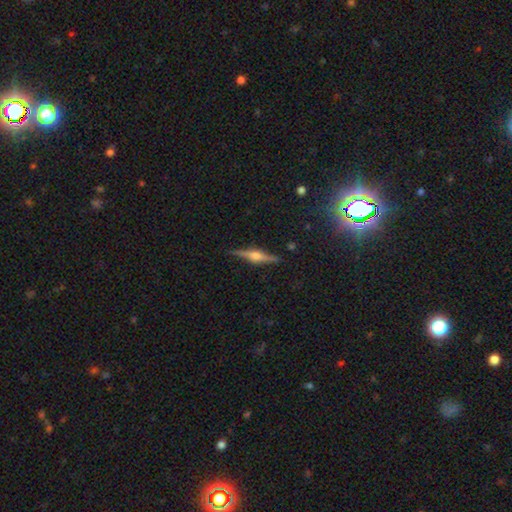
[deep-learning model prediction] smooth-or-featured: featured or disk: 81% | smooth: 12% | star or artifact: 7%
  disk-edge-on: yes: 98% | no: 2%
    edge-on-bulge: rounded: 88% | boxy: 10% | none: 2%
  merging: none: 89% | minor disturbance: 8% | major disturbance: 2% | merger: 1%